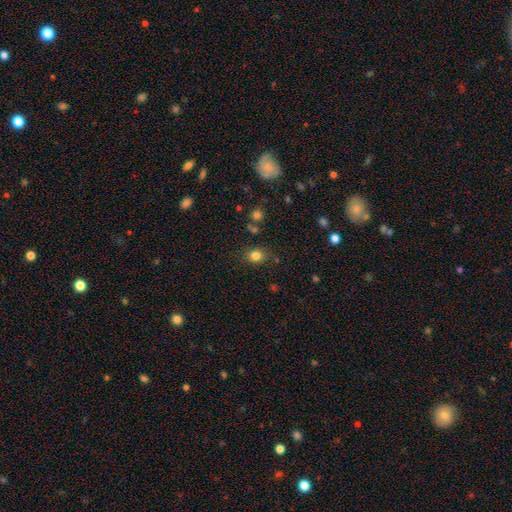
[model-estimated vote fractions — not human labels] This is clearly a smooth galaxy (81%). How rounded: likely round (64%). Merging: likely none (78%).